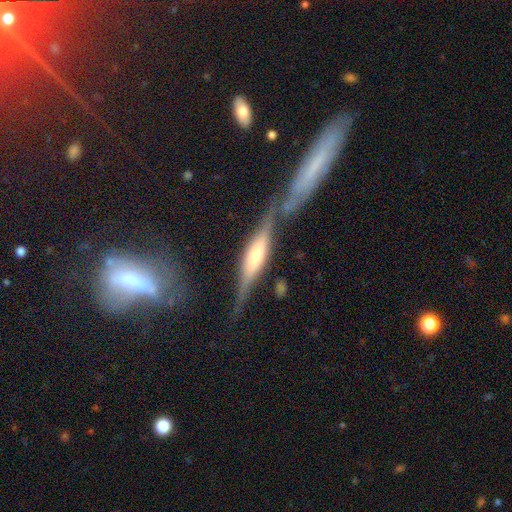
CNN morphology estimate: The model was most divided on "edge-on bulge": rounded: 67%, boxy: 24%, none: 8%. More confident: edge-on disk — yes (93%); smooth or featured — featured or disk (70%); merging — none (64%).